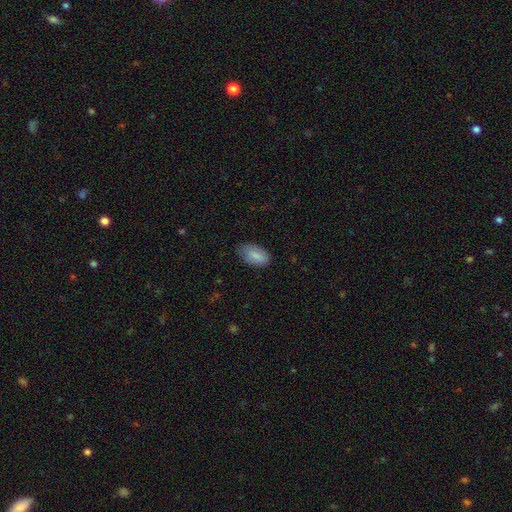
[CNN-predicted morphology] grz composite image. It shows a smooth galaxy with no disk features (85%) that is in between round and cigar-shaped (94%). Merging: none (69%).